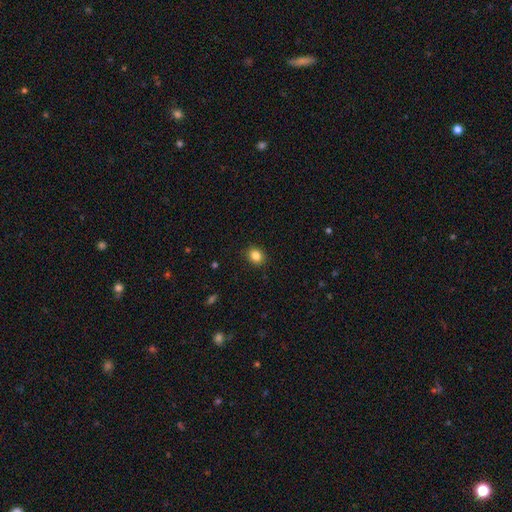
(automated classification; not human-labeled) Q: Smooth or featured?
A: smooth (85%); runner-up: star or artifact (10%)
Q: How rounded?
A: round (64%); runner-up: in between (35%)
Q: Merging?
A: none (89%); runner-up: minor disturbance (8%)